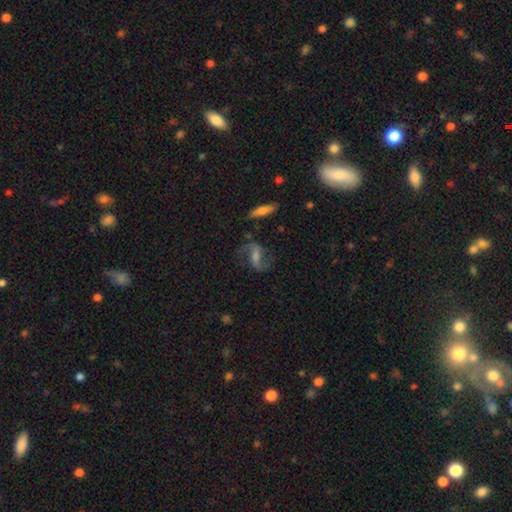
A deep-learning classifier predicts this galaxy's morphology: A featured or disk galaxy (74%) with a weak bar (42%), 2 (90%) loose (56%) spiral arms (92%) and a moderate central bulge (32%). Merging: none (70%).